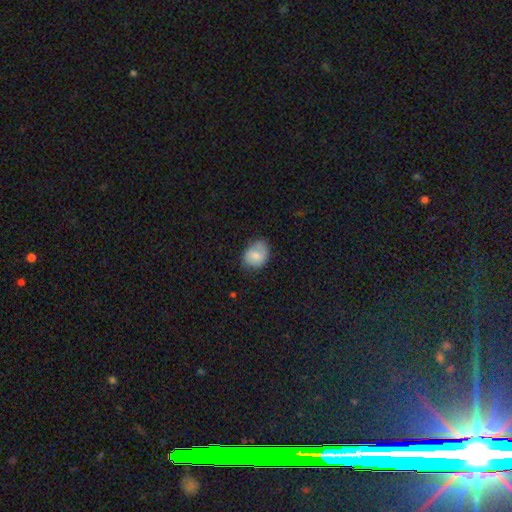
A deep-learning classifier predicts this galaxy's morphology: A smooth galaxy with no disk features (75%) that is in between round and cigar-shaped (58%).

Vote fractions:
- Smooth or featured? smooth: 75% / featured or disk: 17% / star or artifact: 8%
- How rounded? in between: 58% / round: 41% / cigar-shaped: 1%
- Merging? none: 64% / minor disturbance: 28% / major disturbance: 6% / merger: 1%